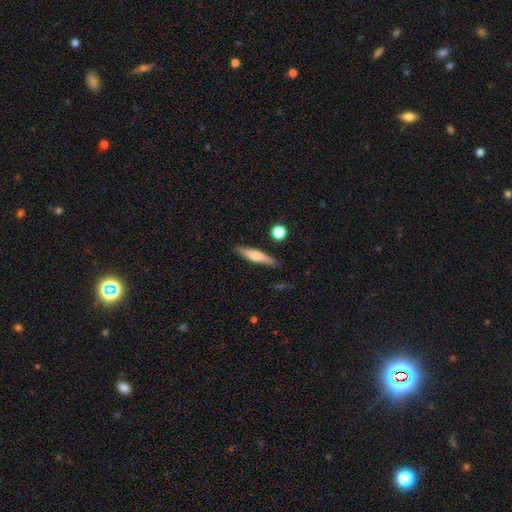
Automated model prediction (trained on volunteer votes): A smooth galaxy with no disk features (56%) that is cigar-shaped (84%). Merging: none (85%).